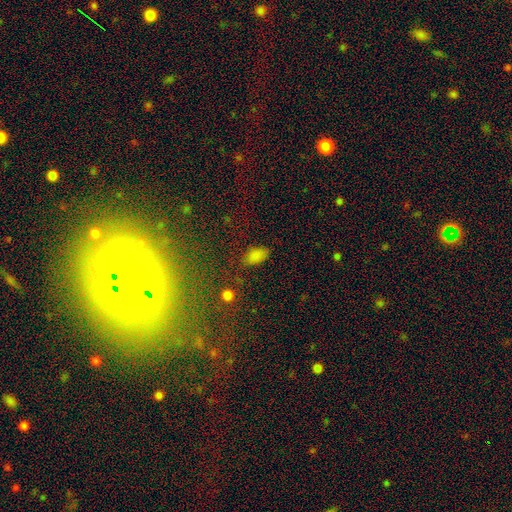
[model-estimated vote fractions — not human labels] This is likely a smooth galaxy (80%). How rounded: clearly in between (92%). Merging: likely none (74%).